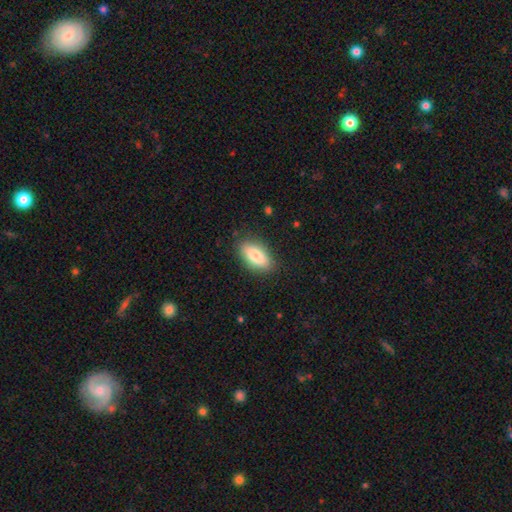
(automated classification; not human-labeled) The model was most divided on "smooth or featured": smooth: 82%, featured or disk: 12%, star or artifact: 7%. More confident: how rounded — in between (88%); merging — none (85%).